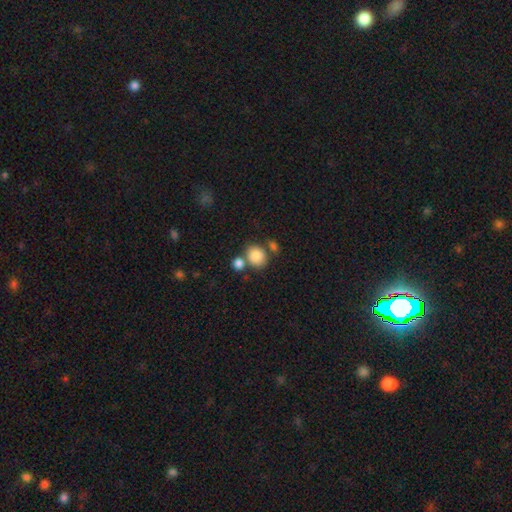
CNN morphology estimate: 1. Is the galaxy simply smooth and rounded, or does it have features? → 85% smooth, 9% star or artifact, 6% featured or disk.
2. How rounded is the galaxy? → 73% round, 26% in between, 1% cigar-shaped.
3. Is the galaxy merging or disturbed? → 55% none, 29% merger, 12% minor disturbance, 5% major disturbance.